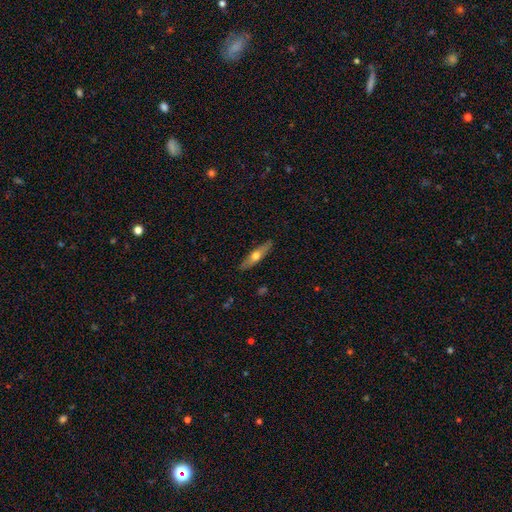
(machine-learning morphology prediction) Smooth or featured: featured or disk — 48% (smooth — 46%)
Merging: none — 89% (minor disturbance — 9%)